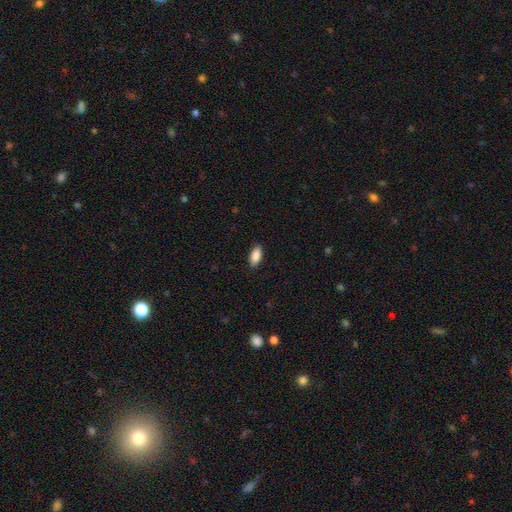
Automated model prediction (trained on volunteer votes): smooth 89%, star or artifact 6%, featured or disk 5%. Down the decision tree: how rounded — in between (89%); merging — none (89%).